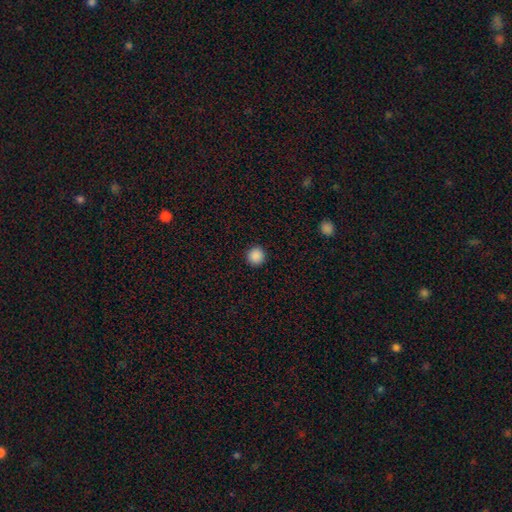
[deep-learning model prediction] Smooth or featured? Predicted: smooth (p=0.88). How rounded? Predicted: round (p=0.94). Merging? Predicted: none (p=0.93).